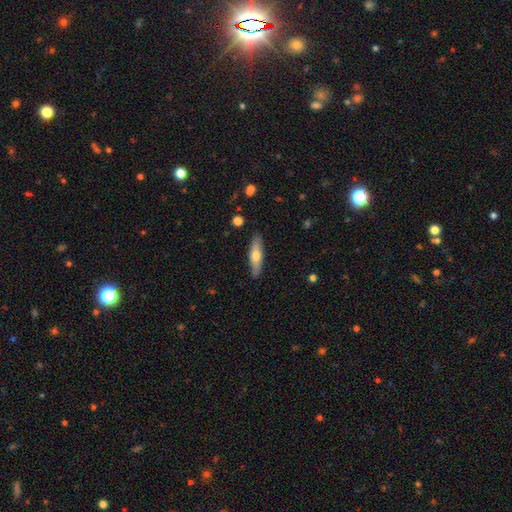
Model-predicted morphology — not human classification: smooth 59%, featured or disk 35%, star or artifact 6%. Down the decision tree: how rounded — cigar-shaped (67%); merging — none (88%).